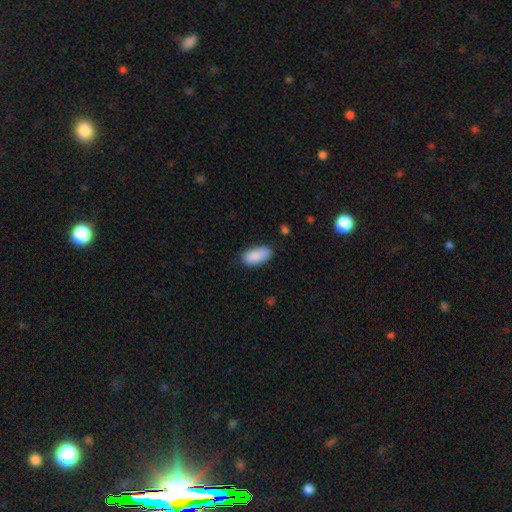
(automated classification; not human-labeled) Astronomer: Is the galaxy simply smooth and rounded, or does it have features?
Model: smooth — 89%.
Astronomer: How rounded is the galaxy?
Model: in between — 92%.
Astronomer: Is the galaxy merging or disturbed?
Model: none — 74%.